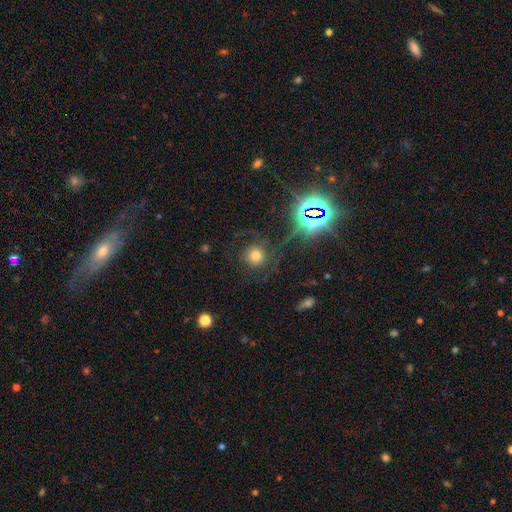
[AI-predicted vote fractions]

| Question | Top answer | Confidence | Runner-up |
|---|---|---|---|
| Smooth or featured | smooth | 57% | star or artifact (23%) |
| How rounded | round | 93% | in between (6%) |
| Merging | none | 70% | major disturbance (15%) |